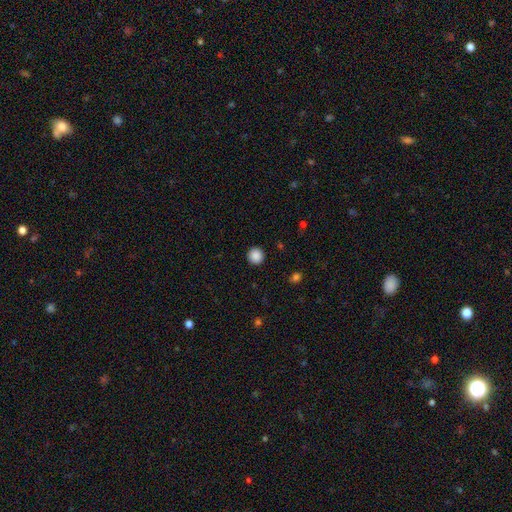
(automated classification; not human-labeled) A smooth galaxy with no disk features (88%) that is round (95%). Merging: none (93%).